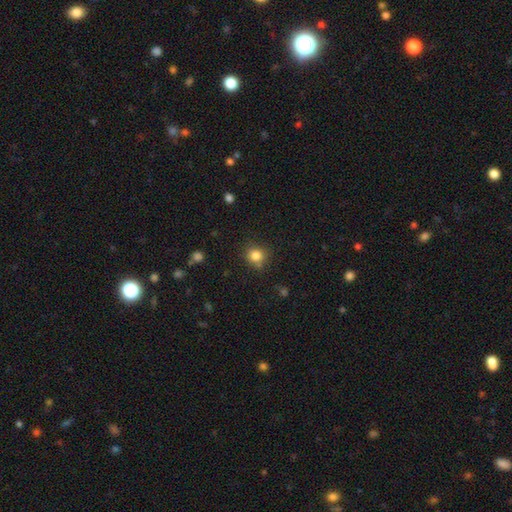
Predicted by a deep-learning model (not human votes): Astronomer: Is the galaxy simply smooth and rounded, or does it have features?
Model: smooth — 83%.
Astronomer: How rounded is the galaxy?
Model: round — 86%.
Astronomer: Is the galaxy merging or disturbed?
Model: none — 80%.